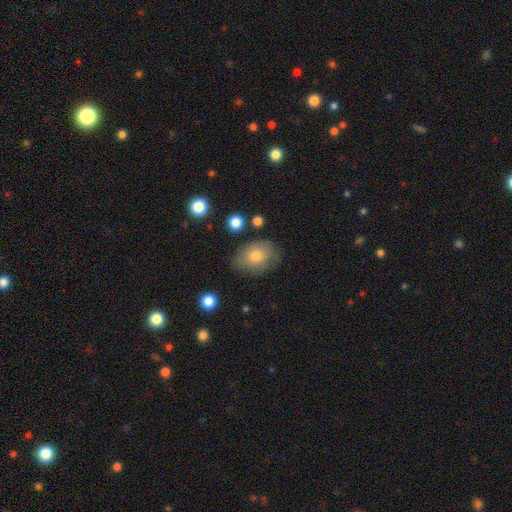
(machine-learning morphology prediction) smooth-or-featured: smooth: 74% | featured or disk: 18% | star or artifact: 8%
  how-rounded: in between: 75% | round: 24% | cigar-shaped: 1%
  merging: none: 65% | minor disturbance: 25% | major disturbance: 7% | merger: 3%